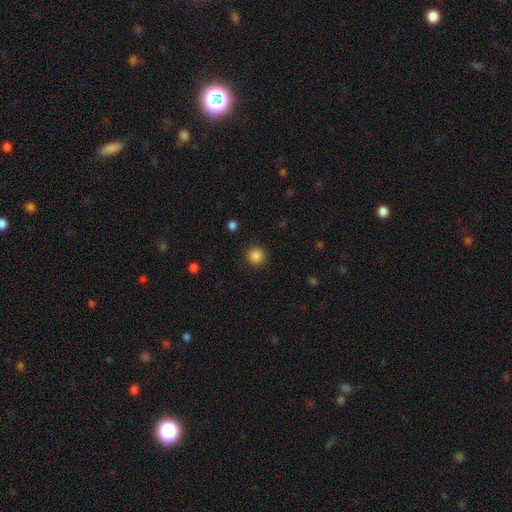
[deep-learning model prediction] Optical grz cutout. It shows a smooth galaxy with no disk features (86%) that is round (95%). Merging: none (90%).